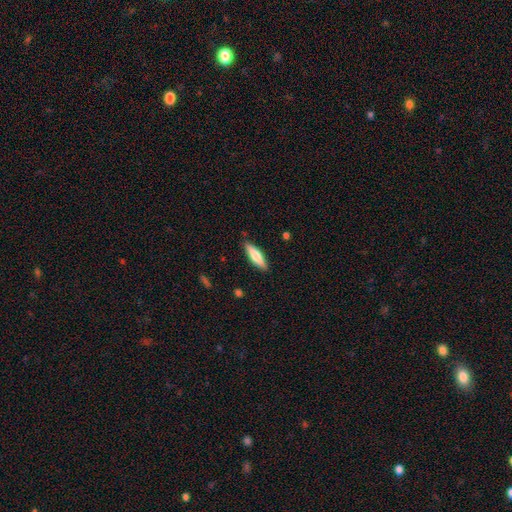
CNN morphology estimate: Smooth or featured: smooth — 66% (featured or disk — 28%)
How rounded: cigar-shaped — 64% (in between — 35%)
Merging: none — 88% (minor disturbance — 9%)